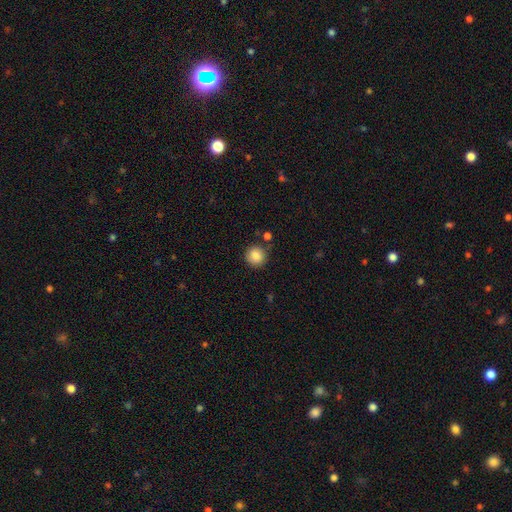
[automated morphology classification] Smooth or featured: smooth — 87% (star or artifact — 9%)
How rounded: round — 92% (in between — 7%)
Merging: none — 82% (minor disturbance — 10%)